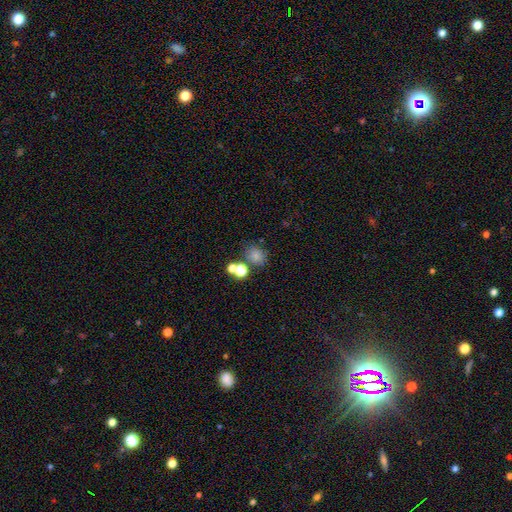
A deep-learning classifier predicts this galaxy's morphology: smooth_or_featured: smooth (p=0.75) [alt: star or artifact p=0.17]
how_rounded: round (p=0.60) [alt: in between p=0.39]
merging: none (p=0.63) [alt: merger p=0.20]